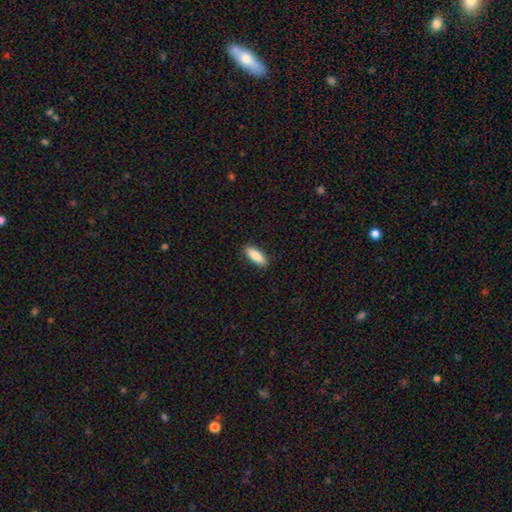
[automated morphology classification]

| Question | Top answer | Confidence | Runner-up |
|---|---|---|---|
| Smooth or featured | smooth | 86% | featured or disk (8%) |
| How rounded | in between | 66% | cigar-shaped (32%) |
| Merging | none | 89% | minor disturbance (8%) |